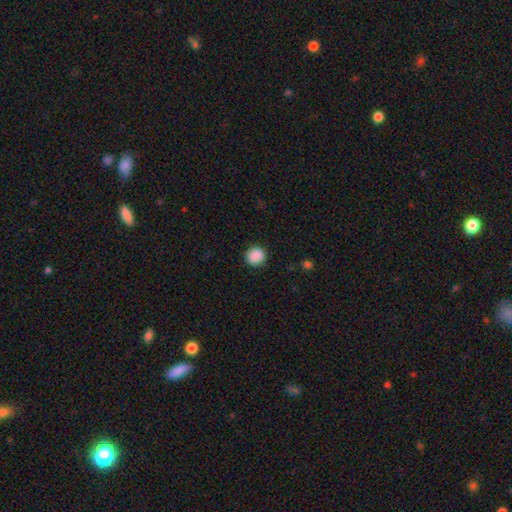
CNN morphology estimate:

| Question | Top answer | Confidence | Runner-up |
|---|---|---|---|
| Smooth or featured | smooth | 89% | star or artifact (8%) |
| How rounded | round | 91% | in between (8%) |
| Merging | none | 91% | minor disturbance (6%) |